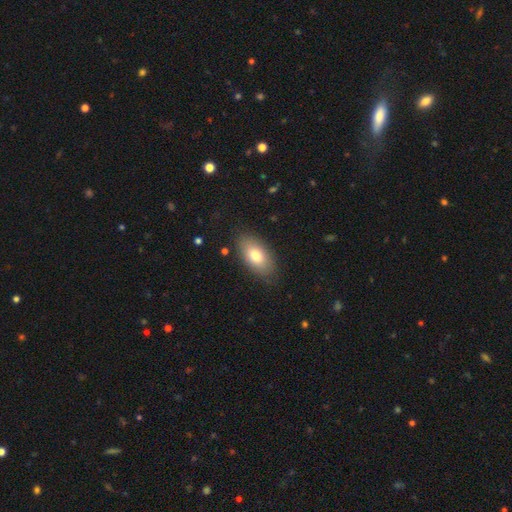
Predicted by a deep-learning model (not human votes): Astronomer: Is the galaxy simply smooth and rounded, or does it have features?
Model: smooth — 77%.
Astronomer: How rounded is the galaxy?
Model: in between — 92%.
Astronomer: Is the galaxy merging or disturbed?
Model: none — 84%.